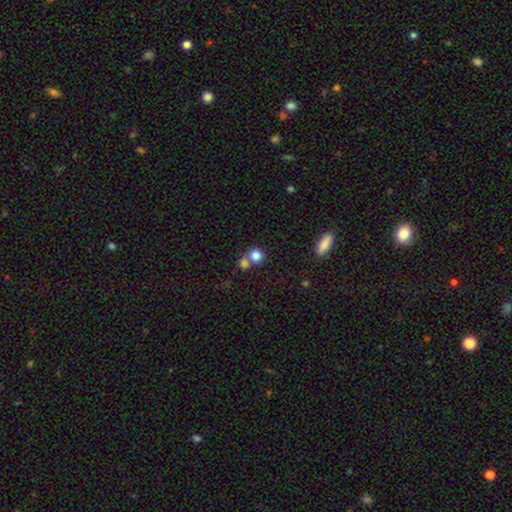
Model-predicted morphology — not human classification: Q: Smooth or featured?
A: smooth (82%); runner-up: star or artifact (11%)
Q: How rounded?
A: round (86%); runner-up: in between (13%)
Q: Merging?
A: none (50%); runner-up: merger (40%)